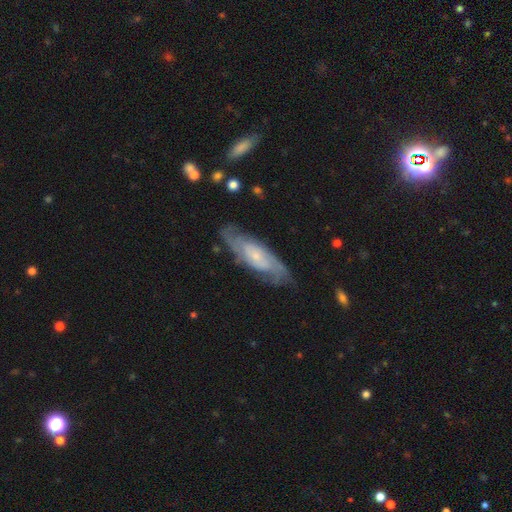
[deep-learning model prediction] A featured or disk galaxy (76%) with no bar (65%), 2 (51%) tight (50%) spiral arms (92%) and a small central bulge (71%).

Vote fractions:
- Smooth or featured? featured or disk: 76% / smooth: 18% / star or artifact: 6%
- Edge-on disk? no: 84% / yes: 16%
- Bar? no: 65% / weak: 27% / strong: 8%
- Spiral arms? yes: 92% / no: 8%
- Spiral winding? tight: 50% / medium: 37% / loose: 12%
- Spiral arm count? 2: 51% / can't tell: 31% / 3: 8% / 4: 4% / 1: 3% / more than 4: 3%
- Bulge size? small: 71% / moderate: 20% / none: 6% / large: 2% / dominant: 1%
- Merging? none: 75% / minor disturbance: 17% / major disturbance: 6% / merger: 2%